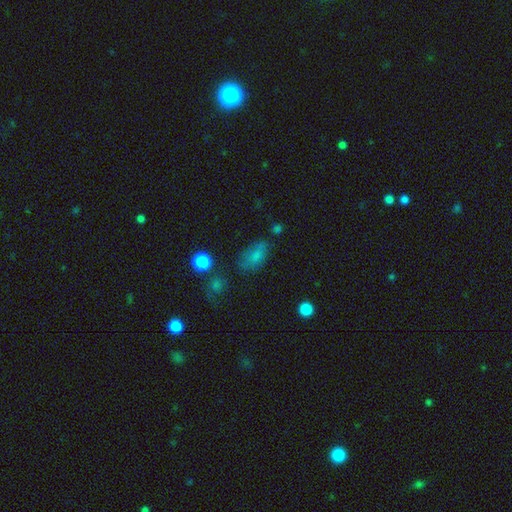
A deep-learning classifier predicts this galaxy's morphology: Smooth or featured? smooth (73%)
How rounded? in between (85%)
Merging? none (54%)